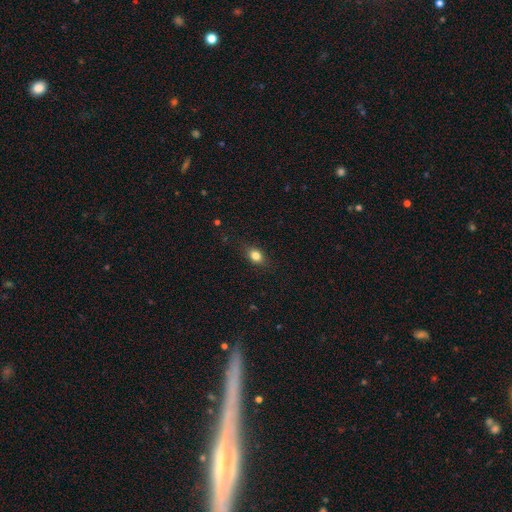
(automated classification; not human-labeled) Smooth or featured? smooth (80%)
How rounded? in between (62%)
Merging? none (82%)